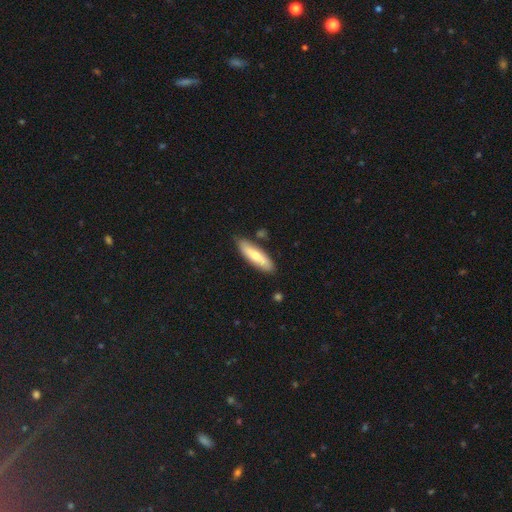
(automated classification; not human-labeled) smooth 64%, featured or disk 30%, star or artifact 6%. Down the decision tree: how rounded — cigar-shaped (58%); merging — none (81%).